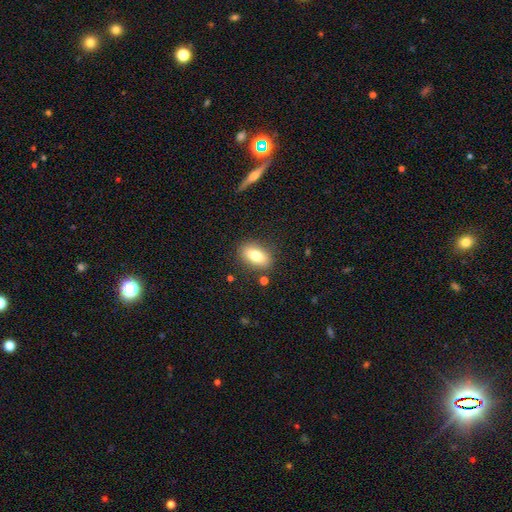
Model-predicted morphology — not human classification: A smooth galaxy with no disk features (78%) that is in between round and cigar-shaped (86%). Merging: none (84%).